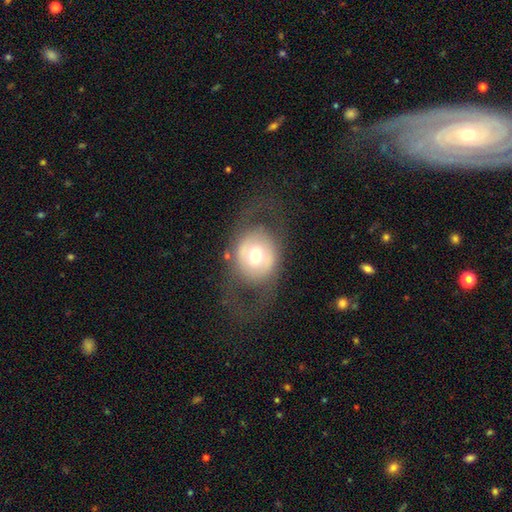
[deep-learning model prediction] smooth_or_featured: featured or disk (p=0.49) [alt: smooth p=0.43]
merging: none (p=0.64) [alt: major disturbance p=0.20]